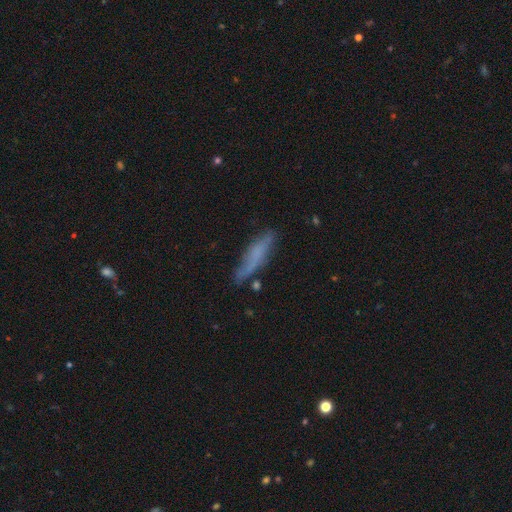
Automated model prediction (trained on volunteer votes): A smooth galaxy with no disk features (55%) that is cigar-shaped (79%). Merging: none (64%).